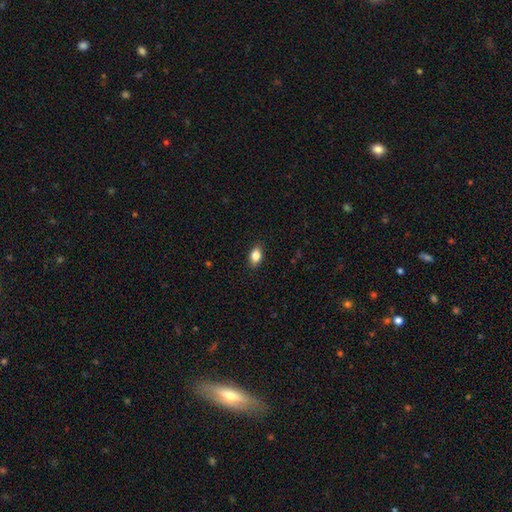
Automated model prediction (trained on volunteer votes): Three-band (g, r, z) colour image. It shows a smooth galaxy with no disk features (85%) that is in between round and cigar-shaped (85%). Merging: none (89%).